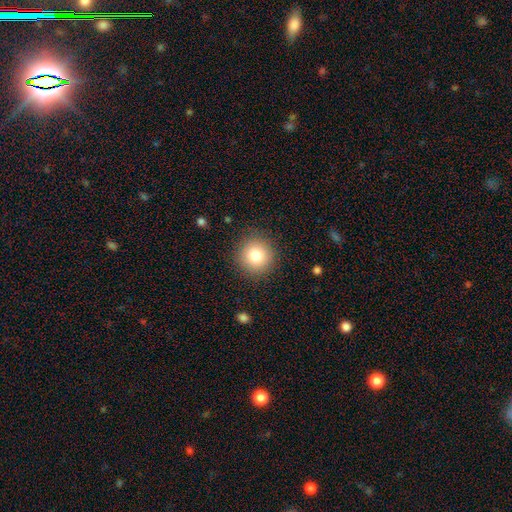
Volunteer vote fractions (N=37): Smooth or featured? smooth (86%)
How rounded? round (100%)
Merging? none (97%)